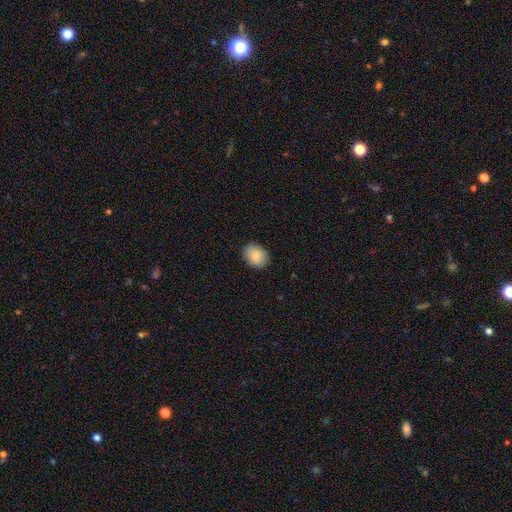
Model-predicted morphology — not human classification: smooth-or-featured: smooth: 86% | star or artifact: 7% | featured or disk: 7%
  how-rounded: in between: 58% | round: 41% | cigar-shaped: 1%
  merging: none: 88% | minor disturbance: 9% | major disturbance: 2% | merger: 1%